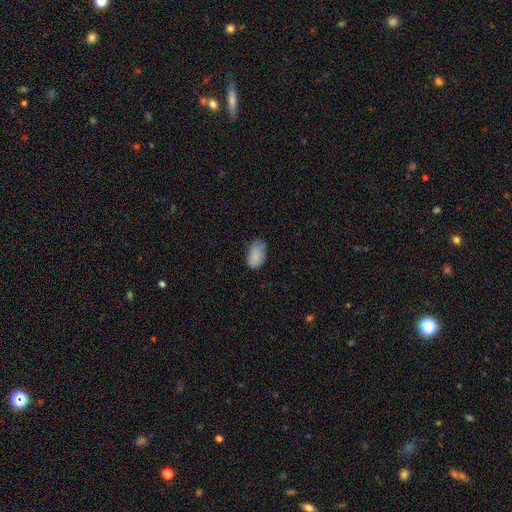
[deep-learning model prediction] Smooth or featured?
  - smooth: 86% *
  - featured or disk: 7%
  - star or artifact: 7%
How rounded?
  - in between: 93% *
  - round: 6%
  - cigar-shaped: 1%
Merging?
  - none: 64% *
  - minor disturbance: 29%
  - major disturbance: 6%
  - merger: 1%